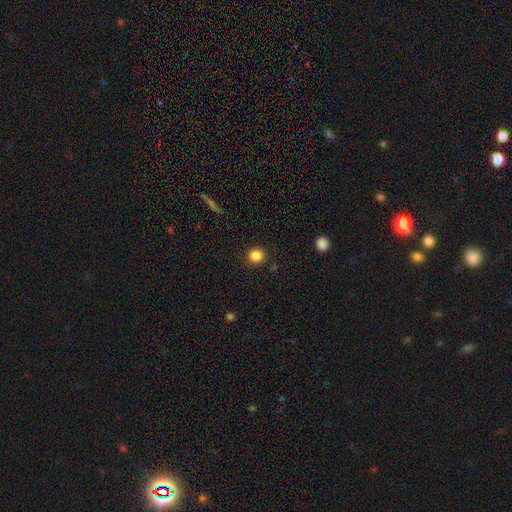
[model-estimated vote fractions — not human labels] A smooth galaxy with no disk features (85%) that is round (94%).

Vote fractions:
- Smooth or featured? smooth: 85% / star or artifact: 11% / featured or disk: 4%
- How rounded? round: 94% / in between: 5% / cigar-shaped: 1%
- Merging? none: 91% / minor disturbance: 5% / major disturbance: 2% / merger: 1%